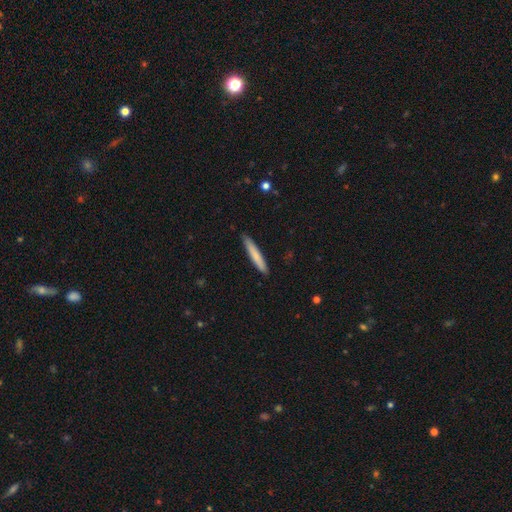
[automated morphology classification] The model was most divided on "smooth or featured": smooth: 76%, featured or disk: 18%, star or artifact: 5%. More confident: how rounded — cigar-shaped (95%); merging — none (88%).